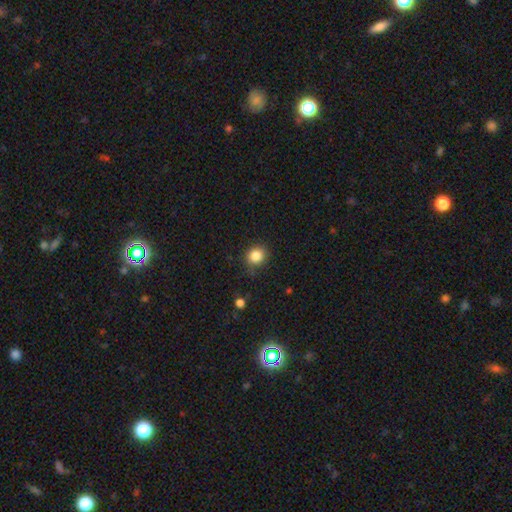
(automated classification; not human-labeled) Smooth or featured?
  - smooth: 85% *
  - star or artifact: 11%
  - featured or disk: 5%
How rounded?
  - round: 82% *
  - in between: 17%
  - cigar-shaped: 1%
Merging?
  - none: 84% *
  - minor disturbance: 11%
  - major disturbance: 3%
  - merger: 2%